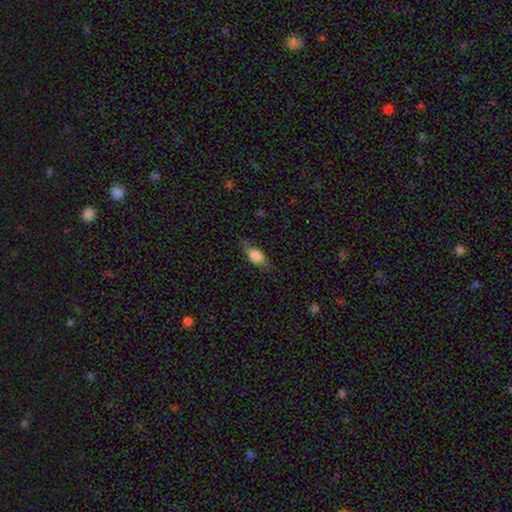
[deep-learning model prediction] The model was most divided on "merging": none: 70%, minor disturbance: 22%, major disturbance: 6%, merger: 1%. More confident: how rounded — in between (80%); smooth or featured — smooth (77%).